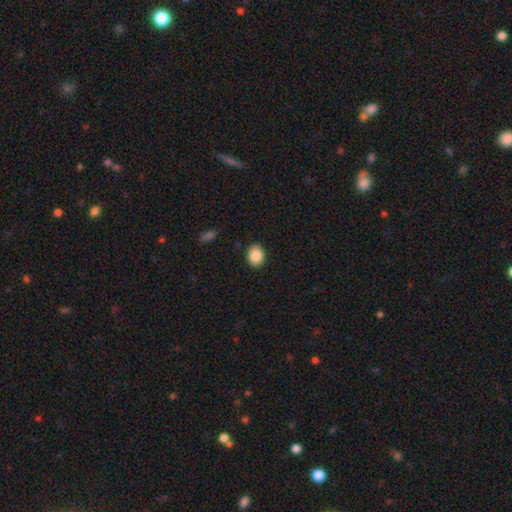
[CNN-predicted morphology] This appears to be a smooth galaxy with no disk features (87%) that is in between round and cigar-shaped (56%). Merging: none (89%).